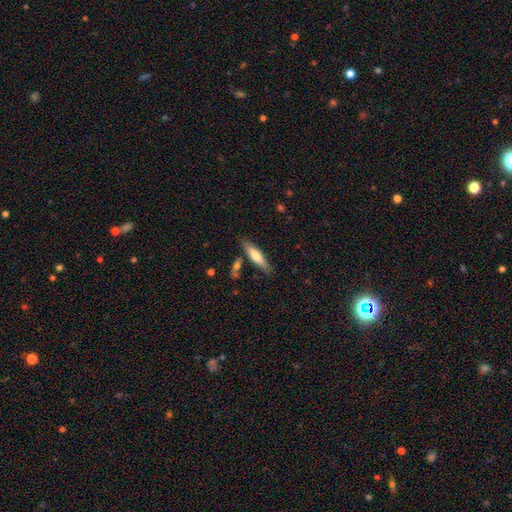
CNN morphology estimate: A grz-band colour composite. It shows a smooth galaxy with no disk features (63%) that is cigar-shaped (75%). Merging: none (78%).